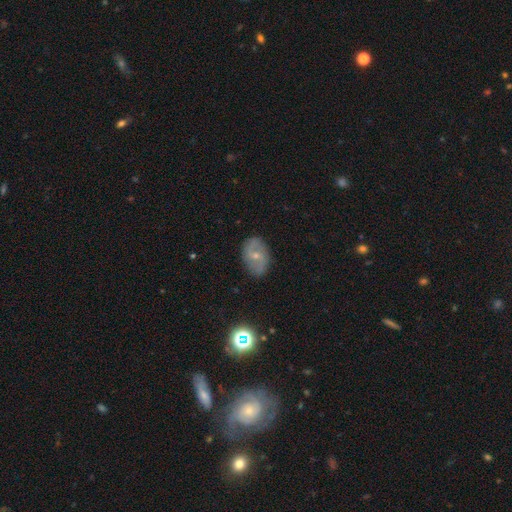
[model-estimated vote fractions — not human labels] The model was most divided on "spiral winding": medium: 41%, loose: 39%, tight: 20%. Remaining: edge-on disk — no (96%); spiral arm count — 2 (83%); spiral arms — yes (82%); merging — none (80%); smooth or featured — featured or disk (66%); bulge size — small (64%); bar — weak (48%).